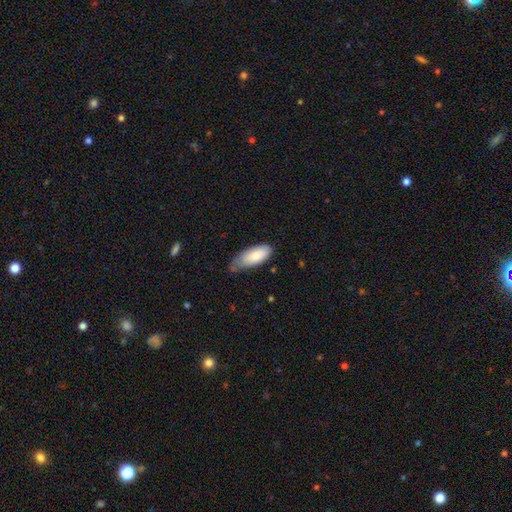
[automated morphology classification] Smooth or featured?
  - smooth: 80% *
  - featured or disk: 13%
  - star or artifact: 6%
How rounded?
  - in between: 84% *
  - cigar-shaped: 14%
  - round: 2%
Merging?
  - minor disturbance: 44% *
  - none: 43%
  - major disturbance: 10%
  - merger: 3%